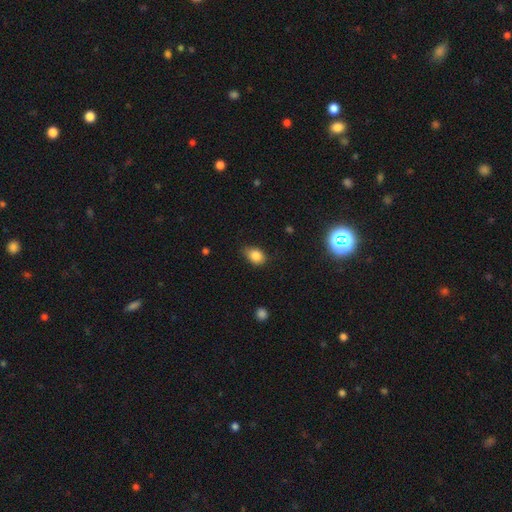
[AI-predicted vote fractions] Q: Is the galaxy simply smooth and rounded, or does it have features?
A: smooth — 83%.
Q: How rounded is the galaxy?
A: in between — 68%.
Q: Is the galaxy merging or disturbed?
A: none — 66%.